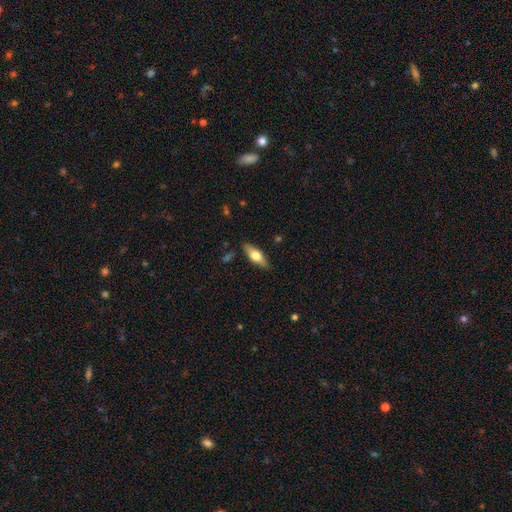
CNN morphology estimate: smooth-or-featured: smooth: 52% | featured or disk: 41% | star or artifact: 6%
  how-rounded: in between: 60% | cigar-shaped: 37% | round: 3%
  merging: none: 86% | minor disturbance: 10% | major disturbance: 2% | merger: 1%